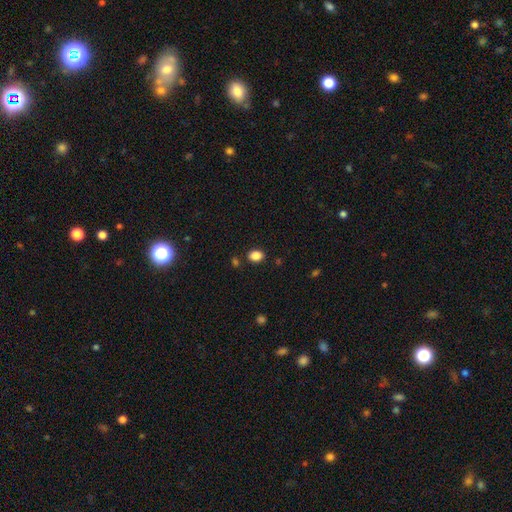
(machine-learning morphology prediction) smooth_or_featured: smooth (p=0.86) [alt: star or artifact p=0.10]
how_rounded: in between (p=0.68) [alt: round p=0.31]
merging: none (p=0.85) [alt: minor disturbance p=0.09]